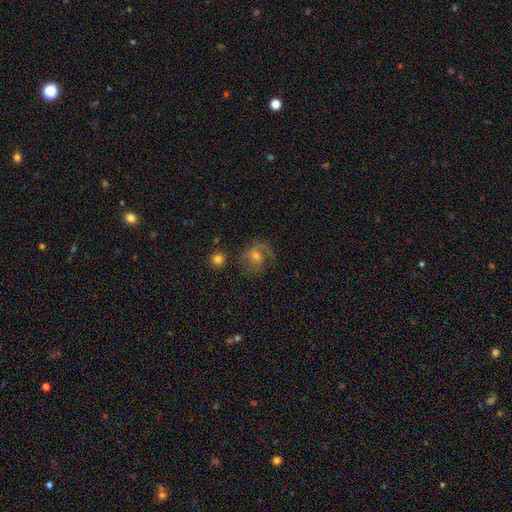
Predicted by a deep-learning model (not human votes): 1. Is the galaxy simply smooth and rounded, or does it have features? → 64% featured or disk, 24% smooth, 12% star or artifact.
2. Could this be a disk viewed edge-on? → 97% no, 3% yes.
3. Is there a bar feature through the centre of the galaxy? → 48% no, 42% weak, 10% strong.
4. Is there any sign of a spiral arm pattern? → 84% yes, 16% no.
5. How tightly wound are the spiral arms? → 45% medium, 31% tight, 24% loose.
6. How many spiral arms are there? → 40% 2, 31% 1, 20% can't tell, 5% 3, 2% 4, 2% more than 4.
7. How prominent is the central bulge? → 46% small, 45% moderate, 4% none, 3% large, 1% dominant.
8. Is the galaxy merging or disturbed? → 61% none, 18% minor disturbance, 18% major disturbance, 3% merger.